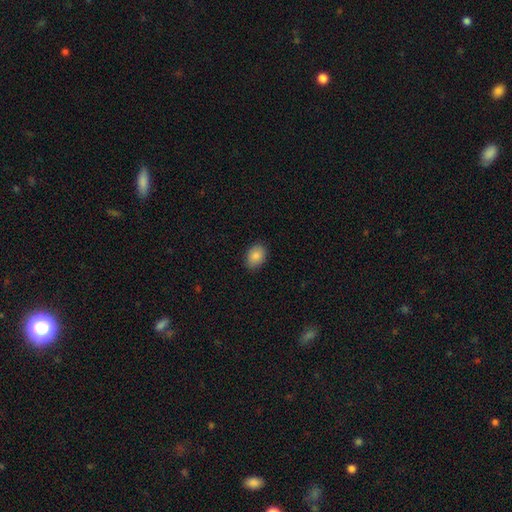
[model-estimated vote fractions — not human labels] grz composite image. It shows a smooth galaxy with no disk features (87%) that is in between round and cigar-shaped (73%). Merging: none (86%).